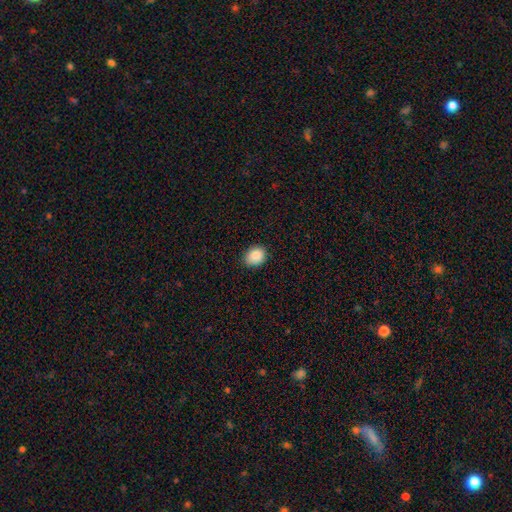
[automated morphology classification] Smooth or featured: smooth — 88% (star or artifact — 8%)
How rounded: round — 57% (in between — 42%)
Merging: none — 85% (minor disturbance — 12%)